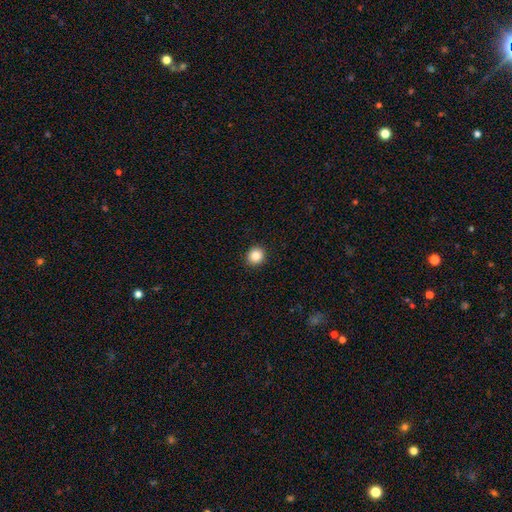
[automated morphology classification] A smooth galaxy with no disk features (86%) that is round (86%). Merging: none (93%).